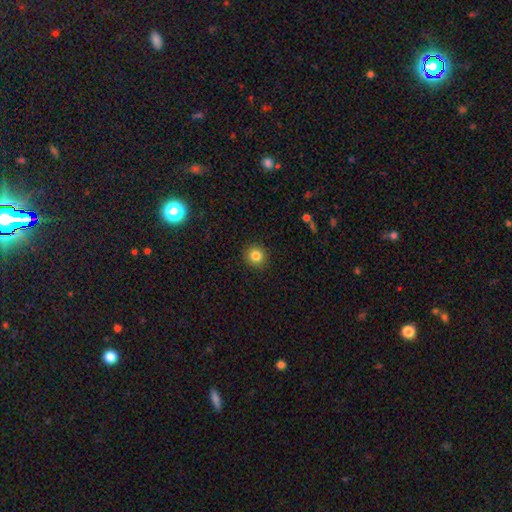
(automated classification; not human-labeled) Morphology: type=smooth (83%); roundness=round (93%); merging=none (92%).